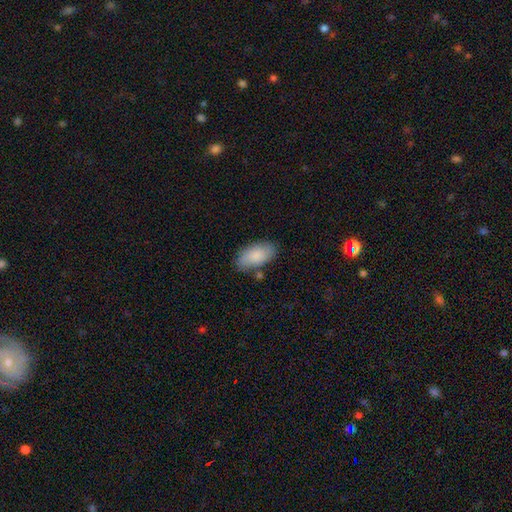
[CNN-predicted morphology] Smooth or featured? Predicted: smooth (p=0.84). How rounded? Predicted: in between (p=0.94). Merging? Predicted: none (p=0.75).